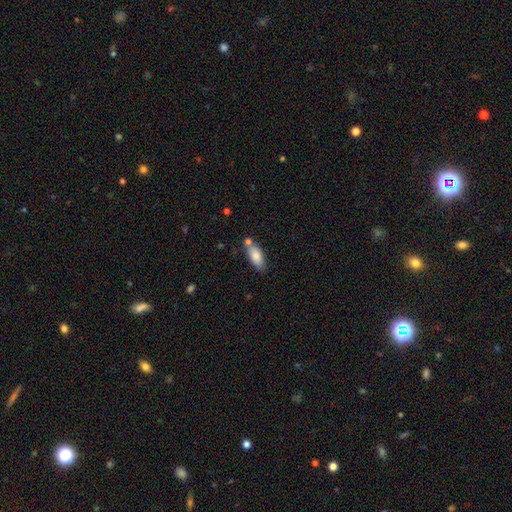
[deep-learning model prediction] Q: Smooth or featured?
A: smooth (84%); runner-up: featured or disk (9%)
Q: How rounded?
A: in between (83%); runner-up: cigar-shaped (15%)
Q: Merging?
A: none (62%); runner-up: merger (17%)